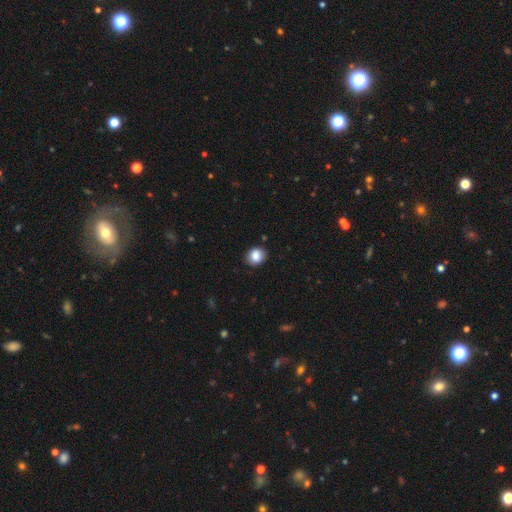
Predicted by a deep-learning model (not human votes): This appears to be a smooth galaxy with no disk features (86%) that is round (67%). Merging: none (85%).